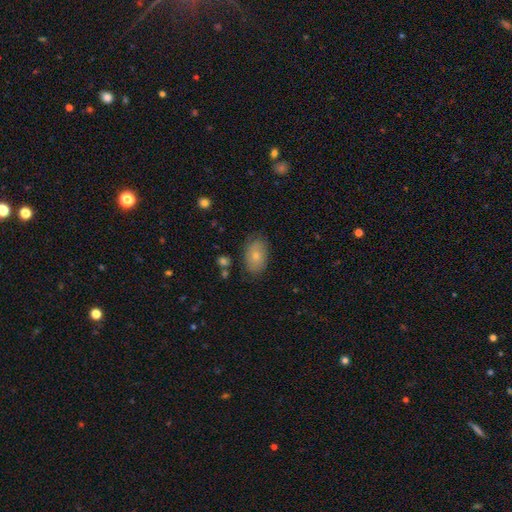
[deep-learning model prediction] smooth-or-featured: smooth: 73% | featured or disk: 20% | star or artifact: 7%
  how-rounded: in between: 90% | round: 9% | cigar-shaped: 1%
  merging: none: 78% | minor disturbance: 16% | major disturbance: 4% | merger: 2%